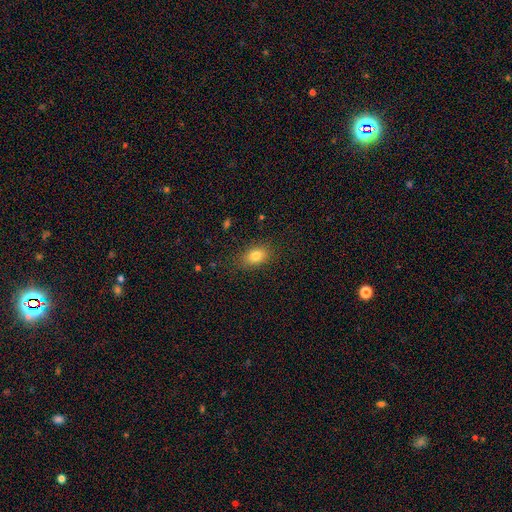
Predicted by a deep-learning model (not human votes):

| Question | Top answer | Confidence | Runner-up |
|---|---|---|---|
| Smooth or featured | smooth | 82% | star or artifact (10%) |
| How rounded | in between | 83% | round (15%) |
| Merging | none | 83% | minor disturbance (12%) |